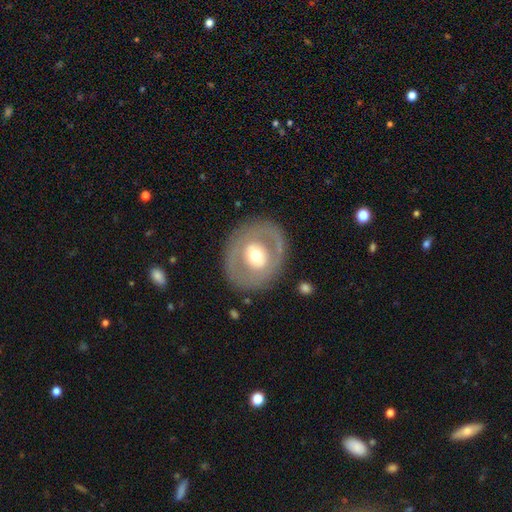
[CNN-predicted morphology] A featured or disk galaxy (56%) with no bar (55%), no spiral arms (84%) and a moderate central bulge (65%).

Vote fractions:
- Smooth or featured? featured or disk: 56% / smooth: 38% / star or artifact: 6%
- Edge-on disk? no: 94% / yes: 6%
- Bar? no: 55% / weak: 28% / strong: 16%
- Spiral arms? no: 84% / yes: 16%
- Bulge size? moderate: 65% / large: 20% / small: 12% / dominant: 2% / none: 1%
- Merging? none: 82% / minor disturbance: 10% / major disturbance: 6% / merger: 1%